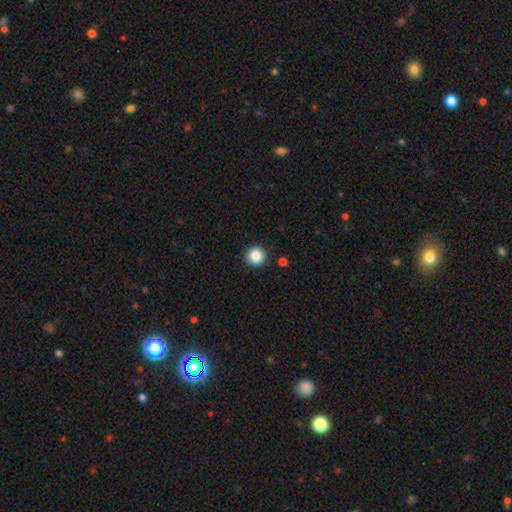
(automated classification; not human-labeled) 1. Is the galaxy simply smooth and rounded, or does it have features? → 87% smooth, 10% star or artifact, 4% featured or disk.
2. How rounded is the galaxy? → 95% round, 4% in between, 1% cigar-shaped.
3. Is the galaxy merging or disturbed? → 92% none, 5% minor disturbance, 2% major disturbance, 2% merger.